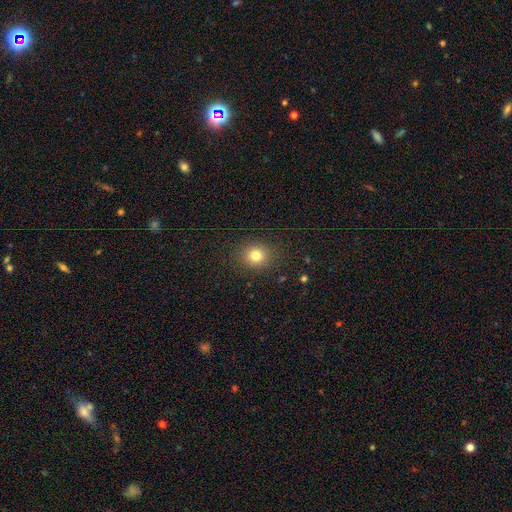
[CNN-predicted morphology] A smooth galaxy with no disk features (79%) that is round (77%). Merging: none (88%).